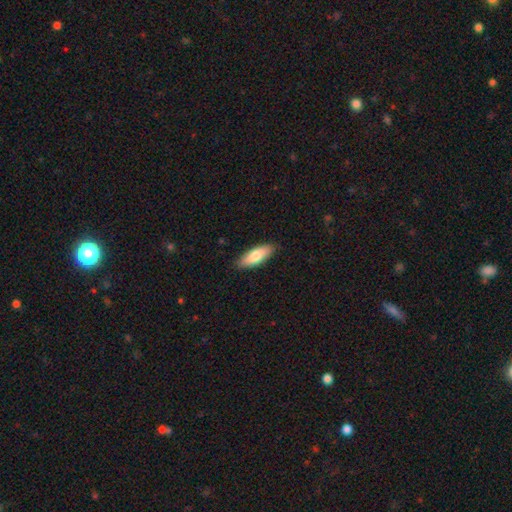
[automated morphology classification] This is likely a smooth galaxy (78%). How rounded: likely in between (70%). Merging: clearly none (87%).